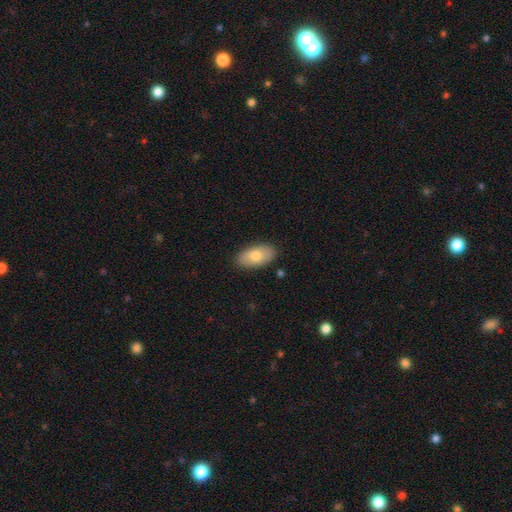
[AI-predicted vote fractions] smooth_or_featured: smooth (p=0.75) [alt: featured or disk p=0.19]
how_rounded: in between (p=0.94) [alt: round p=0.04]
merging: none (p=0.86) [alt: minor disturbance p=0.11]